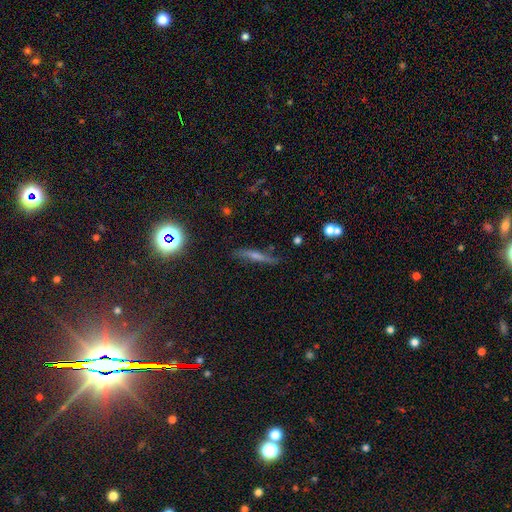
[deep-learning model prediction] smooth-or-featured: featured or disk: 48% | smooth: 34% | star or artifact: 18%
  merging: none: 78% | minor disturbance: 16% | major disturbance: 4% | merger: 2%